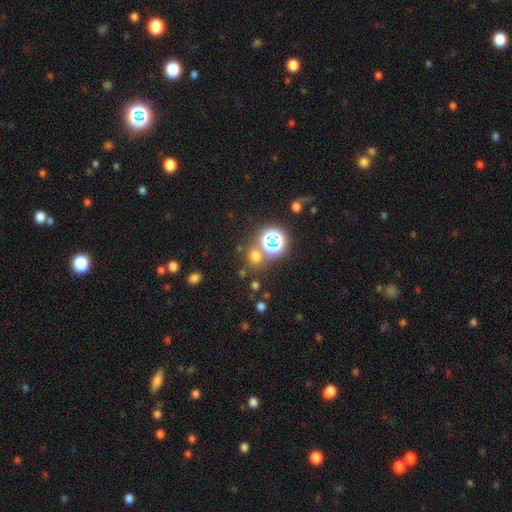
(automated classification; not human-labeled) smooth_or_featured: smooth (p=0.57) [alt: star or artifact p=0.36]
how_rounded: round (p=0.82) [alt: in between p=0.17]
merging: none (p=0.73) [alt: merger p=0.14]